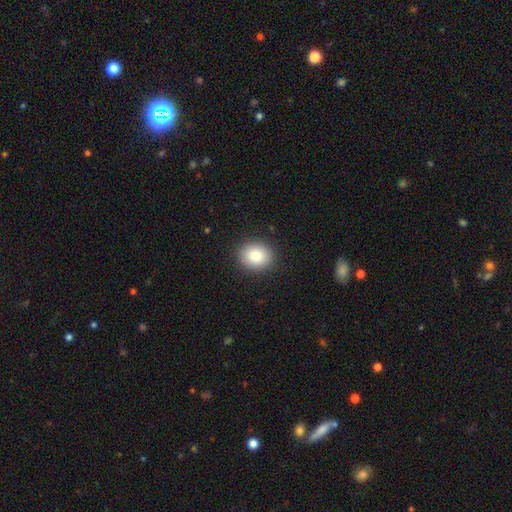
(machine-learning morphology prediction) type=smooth (84%); roundness=round (68%); merging=none (90%).